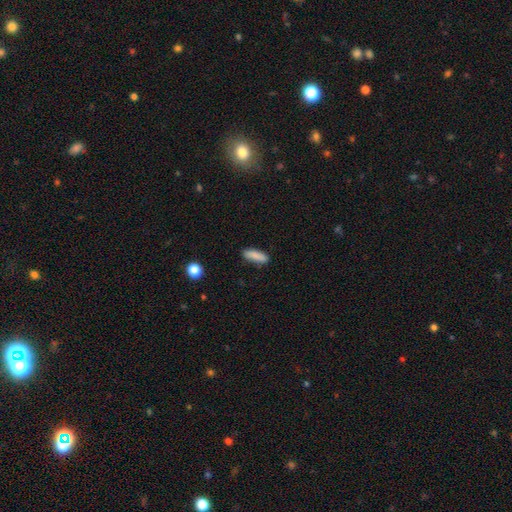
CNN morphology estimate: Overall: smooth (87%). How rounded: cigar-shaped (53%; in between 45%). Merging: none (85%).